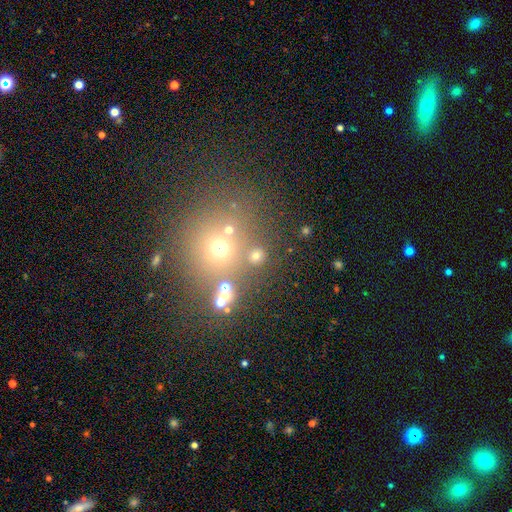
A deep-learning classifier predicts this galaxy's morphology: A smooth galaxy with no disk features (67%) that is round (86%).

Vote fractions:
- Smooth or featured? smooth: 67% / star or artifact: 25% / featured or disk: 9%
- How rounded? round: 86% / in between: 12% / cigar-shaped: 1%
- Merging? none: 75% / merger: 13% / minor disturbance: 8% / major disturbance: 5%